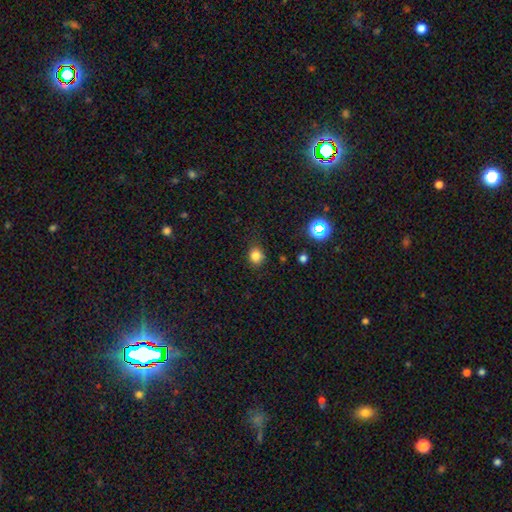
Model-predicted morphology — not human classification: type=smooth (80%); roundness=round (69%); merging=none (81%).